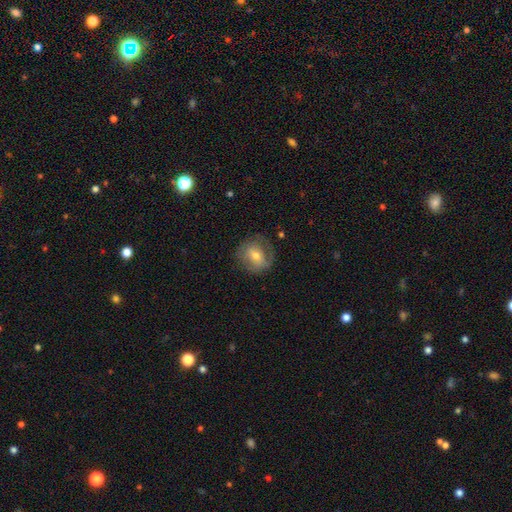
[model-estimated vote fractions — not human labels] featured or disk 48%, smooth 44%, star or artifact 8%. Down the decision tree: merging — none (70%).